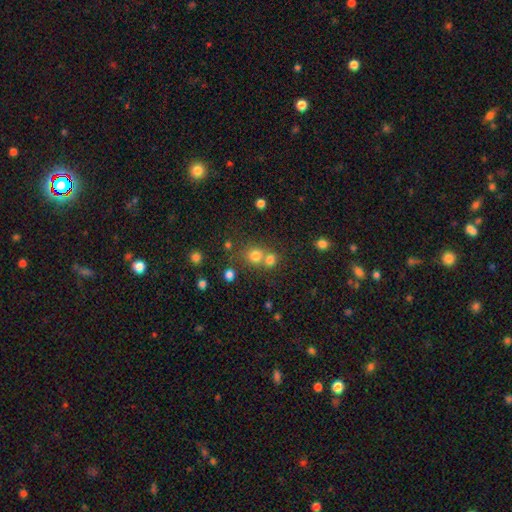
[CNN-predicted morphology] The model was most divided on "merging": none: 48%, merger: 43%, minor disturbance: 6%, major disturbance: 3%. More confident: how rounded — round (85%); smooth or featured — smooth (74%).